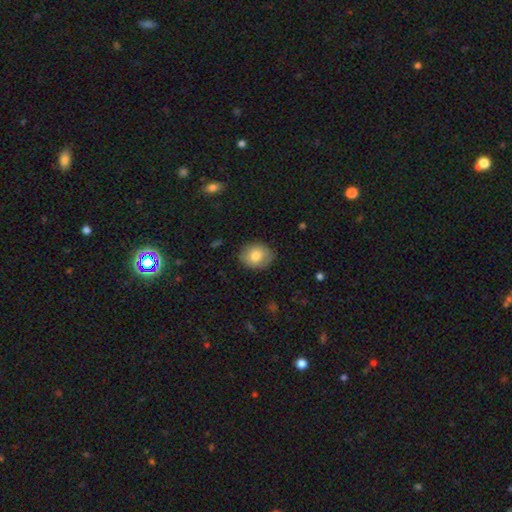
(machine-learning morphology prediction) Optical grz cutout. It shows a smooth galaxy with no disk features (77%) that is round (56%). Merging: none (84%).